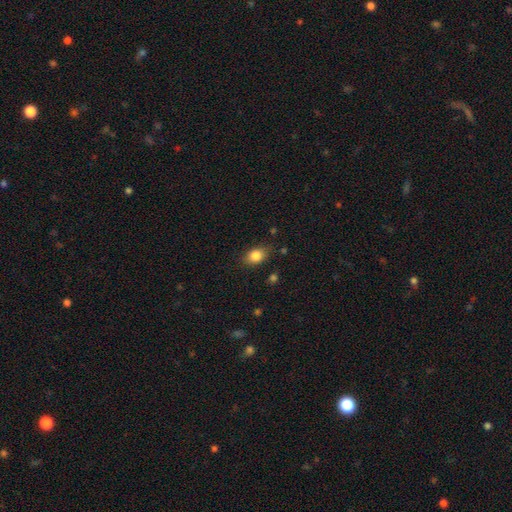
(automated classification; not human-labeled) A smooth galaxy with no disk features (84%) that is in between round and cigar-shaped (66%). Merging: none (77%).